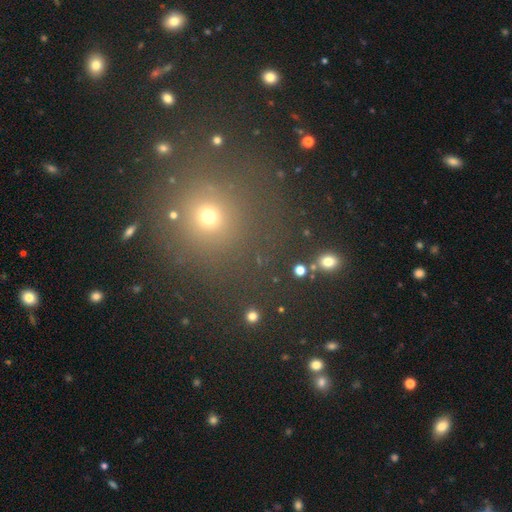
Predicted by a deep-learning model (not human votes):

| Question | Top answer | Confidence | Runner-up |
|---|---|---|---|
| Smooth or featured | smooth | 52% | star or artifact (41%) |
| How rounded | round | 92% | in between (7%) |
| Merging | none | 87% | minor disturbance (7%) |